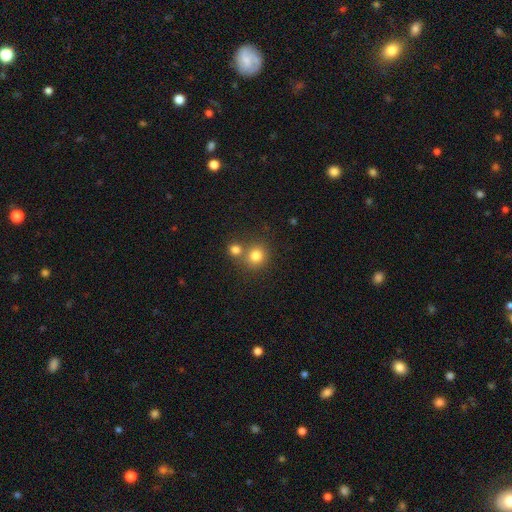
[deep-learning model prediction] smooth 80%, star or artifact 13%, featured or disk 8%. Down the decision tree: how rounded — round (88%); merging — none (57%).